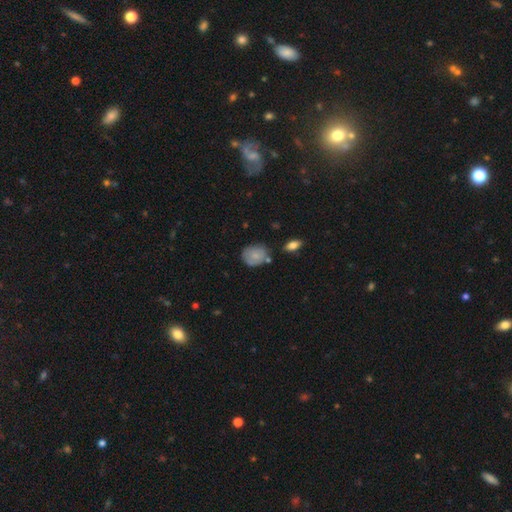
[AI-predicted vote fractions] Smooth or featured?
  - smooth: 74% *
  - featured or disk: 19%
  - star or artifact: 7%
How rounded?
  - round: 57% *
  - in between: 42%
  - cigar-shaped: 1%
Merging?
  - none: 63% *
  - minor disturbance: 25%
  - merger: 7%
  - major disturbance: 6%